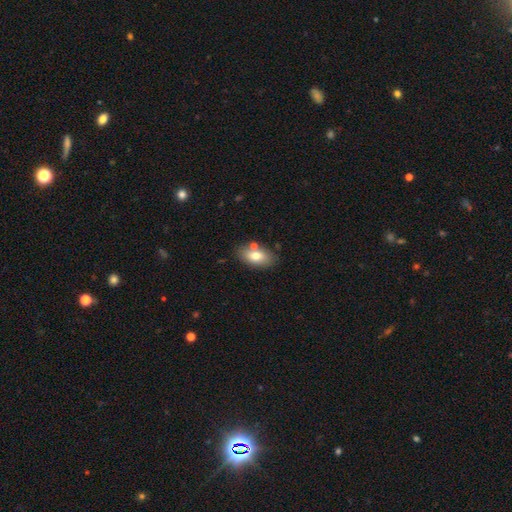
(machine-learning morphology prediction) Smooth or featured: smooth — 76% (featured or disk — 16%)
How rounded: in between — 90% (round — 7%)
Merging: none — 74% (minor disturbance — 13%)